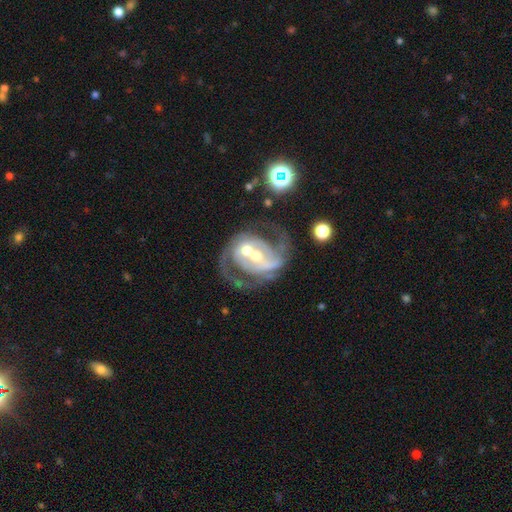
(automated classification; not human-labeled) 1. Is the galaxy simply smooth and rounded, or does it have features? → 86% featured or disk, 7% smooth, 7% star or artifact.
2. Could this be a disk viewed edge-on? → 98% no, 2% yes.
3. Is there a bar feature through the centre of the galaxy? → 42% no, 35% weak, 23% strong.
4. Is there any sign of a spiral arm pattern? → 93% yes, 7% no.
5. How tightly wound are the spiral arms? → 52% medium, 24% tight, 23% loose.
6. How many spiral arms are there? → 80% 2, 7% can't tell, 5% 1, 4% 3, 2% 4, 2% more than 4.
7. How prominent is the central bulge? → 57% moderate, 34% small, 6% large, 2% none, 1% dominant.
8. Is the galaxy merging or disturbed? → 38% none, 32% merger, 16% major disturbance, 13% minor disturbance.